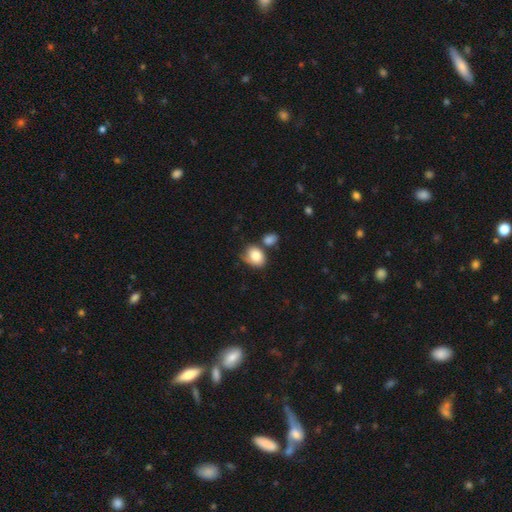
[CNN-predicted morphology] smooth-or-featured: smooth: 83% | featured or disk: 10% | star or artifact: 8%
  how-rounded: in between: 64% | round: 35% | cigar-shaped: 1%
  merging: none: 47% | minor disturbance: 25% | merger: 20% | major disturbance: 8%